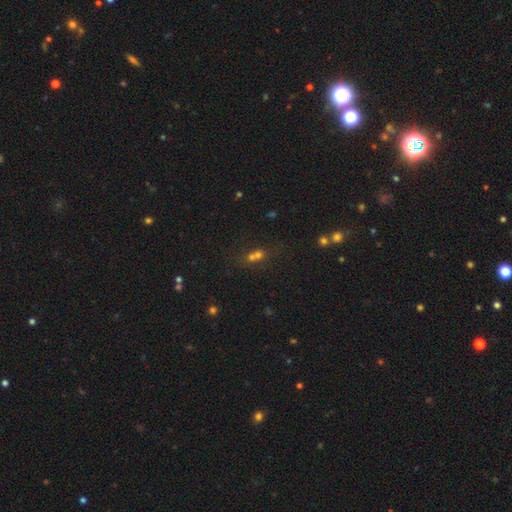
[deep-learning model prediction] Smooth or featured: smooth — 49% (star or artifact — 36%)
Merging: merger — 44% (none — 42%)